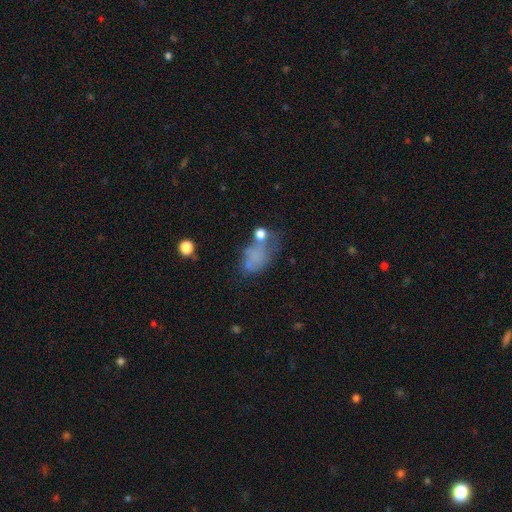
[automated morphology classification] Overall: smooth (53%; featured or disk 28%). How rounded: in between (80%). Merging: none (33%; major disturbance 28%).